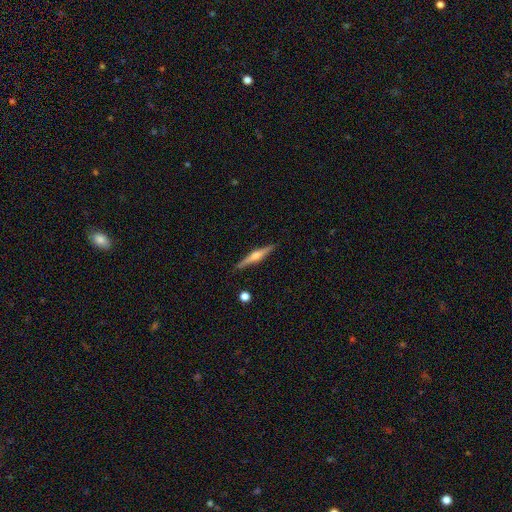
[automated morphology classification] smooth_or_featured: featured or disk (p=0.74) [alt: smooth p=0.20]
disk_edge_on: yes (p=0.98) [alt: no p=0.02]
edge_on_bulge: rounded (p=0.91) [alt: boxy p=0.06]
merging: none (p=0.91) [alt: minor disturbance p=0.07]